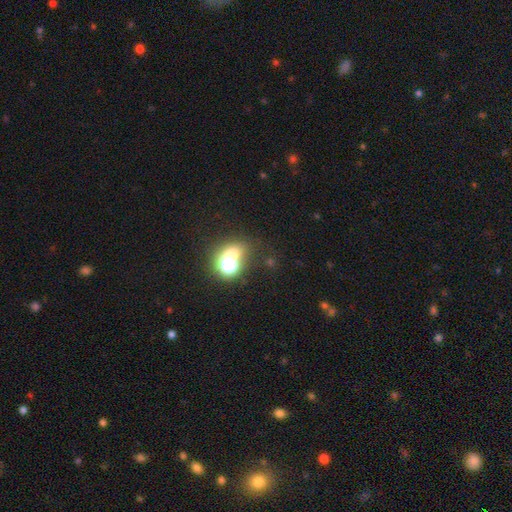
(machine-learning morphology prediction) A smooth galaxy with no disk features (48%).

Vote fractions:
- Smooth or featured? smooth: 48% / star or artifact: 37% / featured or disk: 15%
- Merging? none: 40% / merger: 27% / major disturbance: 18% / minor disturbance: 15%